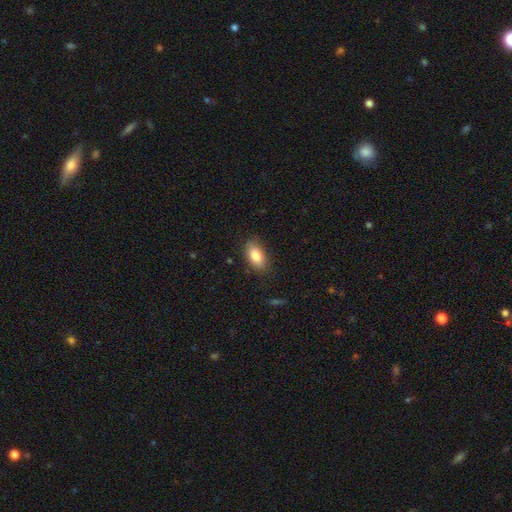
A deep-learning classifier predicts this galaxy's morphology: smooth_or_featured: smooth (p=0.84) [alt: featured or disk p=0.09]
how_rounded: in between (p=0.91) [alt: round p=0.05]
merging: none (p=0.84) [alt: minor disturbance p=0.12]